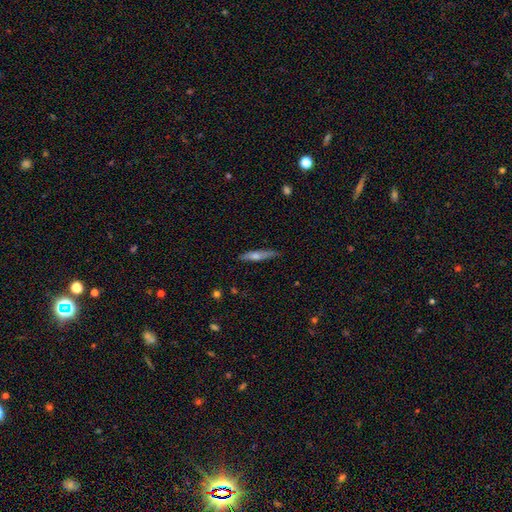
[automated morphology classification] The model was most divided on "smooth or featured": featured or disk: 48%, smooth: 45%, star or artifact: 7%. More confident: merging — none (82%).